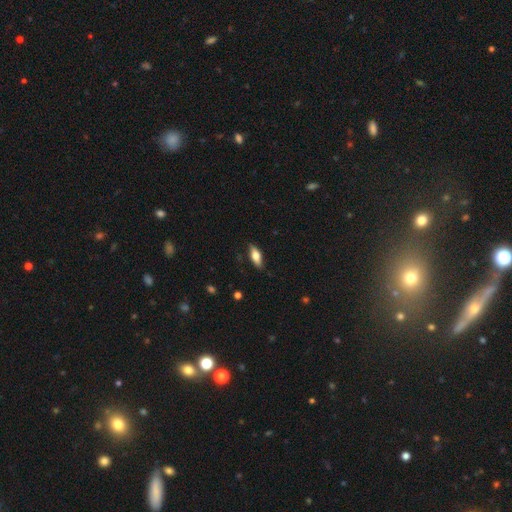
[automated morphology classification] smooth-or-featured: smooth: 62% | featured or disk: 31% | star or artifact: 7%
  how-rounded: in between: 69% | cigar-shaped: 28% | round: 3%
  merging: none: 81% | minor disturbance: 15% | major disturbance: 3% | merger: 1%